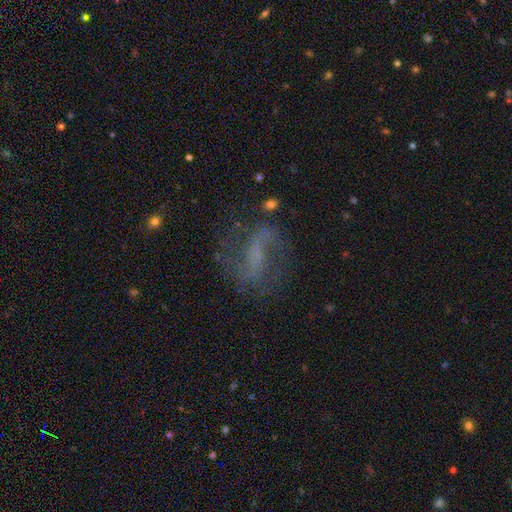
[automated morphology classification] smooth-or-featured: featured or disk: 75% | smooth: 13% | star or artifact: 12%
  disk-edge-on: no: 95% | yes: 5%
    bar: strong: 41% | weak: 38% | no: 20%
    has-spiral-arms: yes: 87% | no: 13%
      spiral-winding: loose: 53% | medium: 36% | tight: 11%
      spiral-arm-count: 2: 84% | can't tell: 7% | 1: 5% | 3: 1% | 4: 1% | more than 4: 1%
    bulge-size: none: 49% | small: 34% | moderate: 13% | large: 3% | dominant: 1%
  merging: none: 66% | minor disturbance: 16% | major disturbance: 15% | merger: 3%